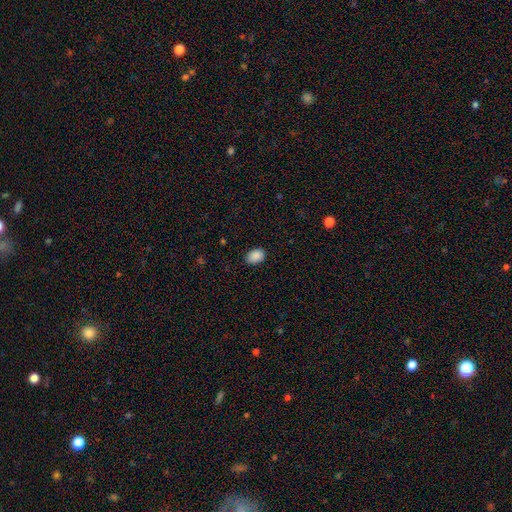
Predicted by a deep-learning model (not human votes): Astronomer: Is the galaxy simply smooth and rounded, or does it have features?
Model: smooth — 89%.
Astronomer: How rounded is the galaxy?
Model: in between — 76%.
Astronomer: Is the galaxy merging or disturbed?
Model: none — 88%.